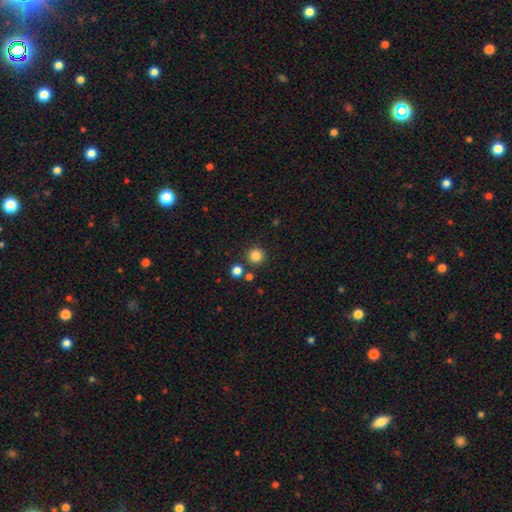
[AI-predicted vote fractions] This appears to be a smooth galaxy with no disk features (83%) that is round (95%). Merging: none (86%).